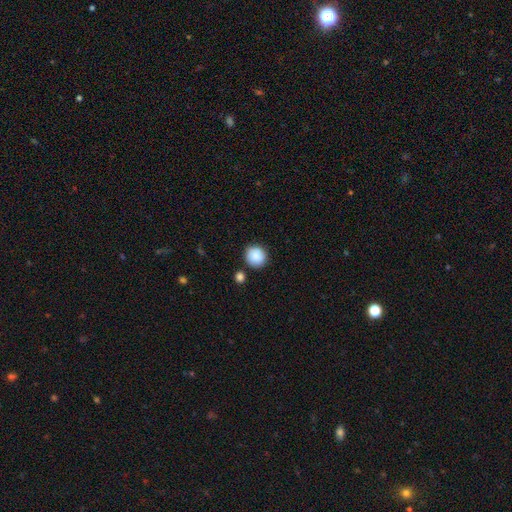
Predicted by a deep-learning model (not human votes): The model was most divided on "merging": none: 85%, minor disturbance: 8%, merger: 5%, major disturbance: 2%. More confident: how rounded — round (91%); smooth or featured — smooth (88%).